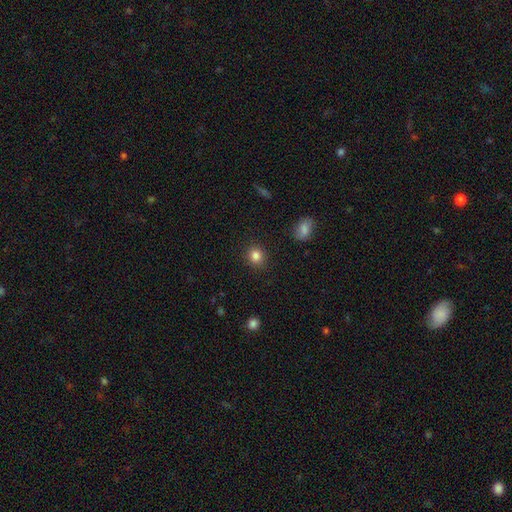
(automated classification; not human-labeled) Smooth or featured? Predicted: smooth (p=0.85). How rounded? Predicted: round (p=0.83). Merging? Predicted: none (p=0.89).